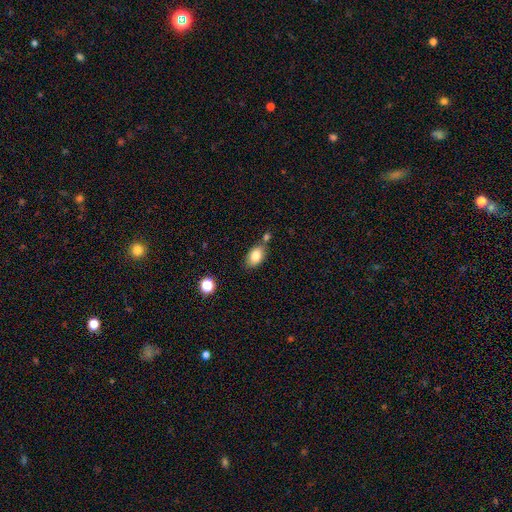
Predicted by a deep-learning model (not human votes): The model was most divided on "merging": none: 69%, minor disturbance: 15%, merger: 13%, major disturbance: 3%. More confident: how rounded — in between (88%); smooth or featured — smooth (83%).